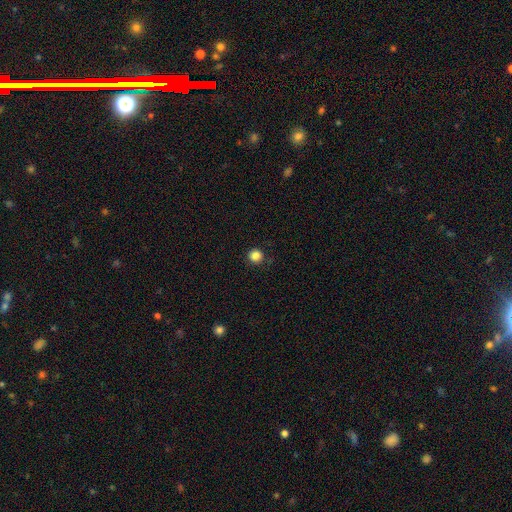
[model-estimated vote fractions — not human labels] This is clearly a smooth galaxy (85%). How rounded: clearly round (95%). Merging: clearly none (89%).